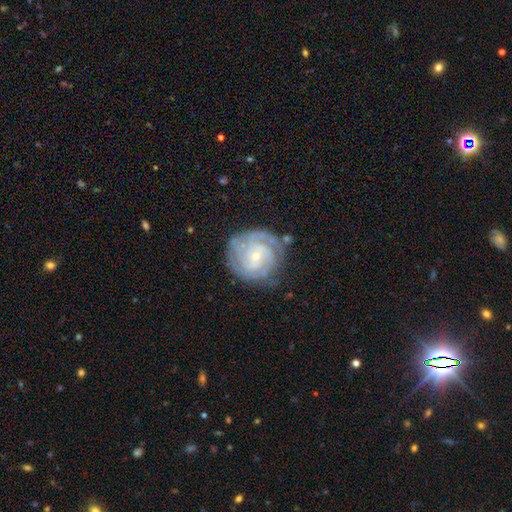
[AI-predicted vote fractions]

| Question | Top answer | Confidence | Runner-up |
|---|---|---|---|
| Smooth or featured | featured or disk | 87% | smooth (7%) |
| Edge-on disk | no | 98% | yes (2%) |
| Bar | no | 63% | weak (30%) |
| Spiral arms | yes | 97% | no (3%) |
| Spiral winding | tight | 78% | medium (19%) |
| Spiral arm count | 3 | 28% | 2 (27%) |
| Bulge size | small | 77% | moderate (20%) |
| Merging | none | 76% | minor disturbance (16%) |